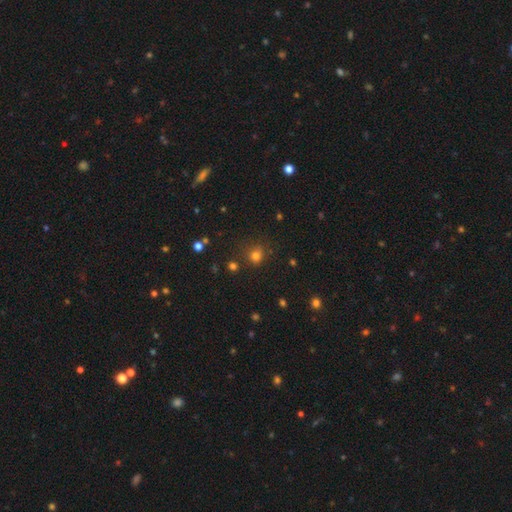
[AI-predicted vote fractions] Smooth or featured? smooth (76%)
How rounded? round (78%)
Merging? none (75%)